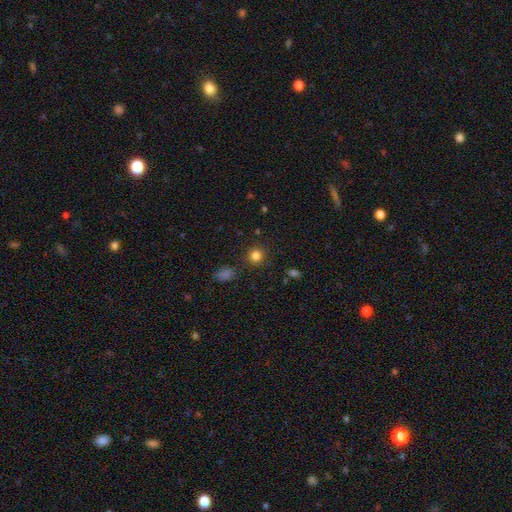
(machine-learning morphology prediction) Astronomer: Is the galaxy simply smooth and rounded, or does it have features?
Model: smooth — 82%.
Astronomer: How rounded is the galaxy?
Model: round — 89%.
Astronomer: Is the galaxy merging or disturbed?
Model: none — 86%.